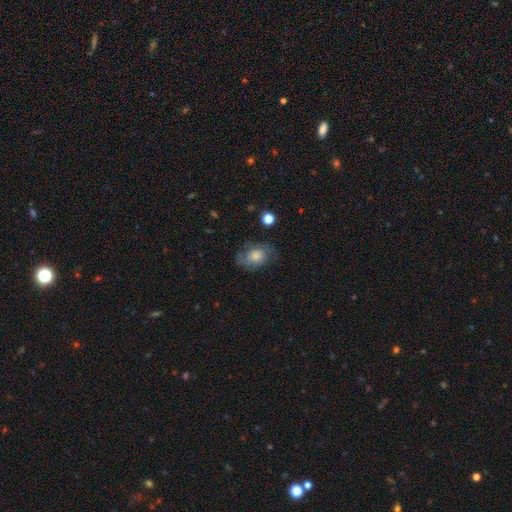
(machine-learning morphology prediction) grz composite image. It shows a smooth galaxy with no disk features (61%) that is in between round and cigar-shaped (73%). Merging: none (63%).